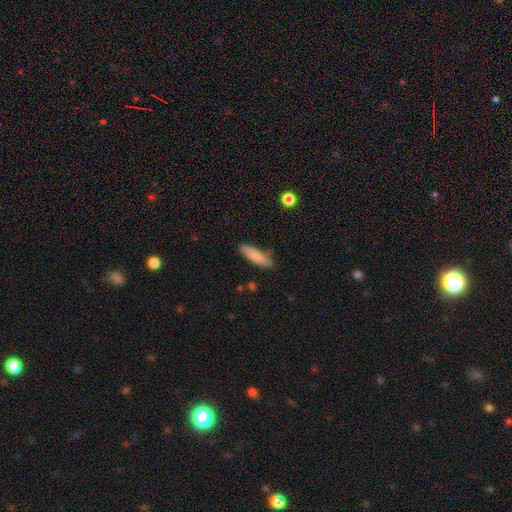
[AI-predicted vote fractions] smooth-or-featured: smooth: 84% | featured or disk: 10% | star or artifact: 6%
  how-rounded: cigar-shaped: 65% | in between: 33% | round: 2%
  merging: none: 83% | minor disturbance: 13% | major disturbance: 2% | merger: 2%